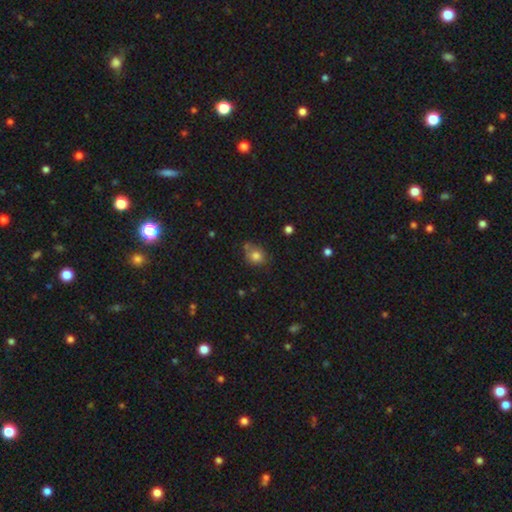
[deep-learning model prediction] The model was most divided on "how rounded": round: 67%, in between: 32%, cigar-shaped: 1%. More confident: smooth or featured — smooth (79%); merging — none (60%).